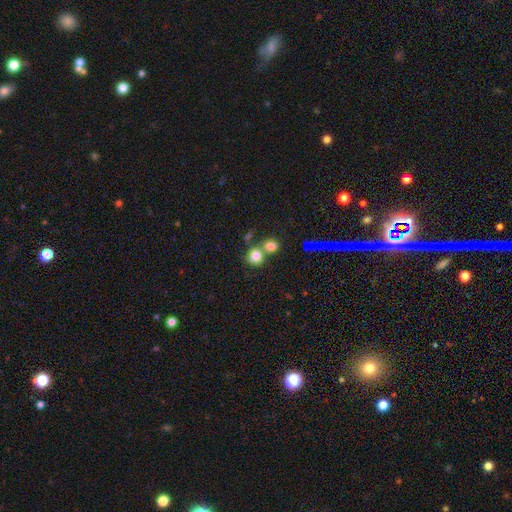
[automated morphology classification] Q: Smooth or featured?
A: smooth (80%); runner-up: star or artifact (11%)
Q: How rounded?
A: round (84%); runner-up: in between (15%)
Q: Merging?
A: none (51%); runner-up: merger (38%)